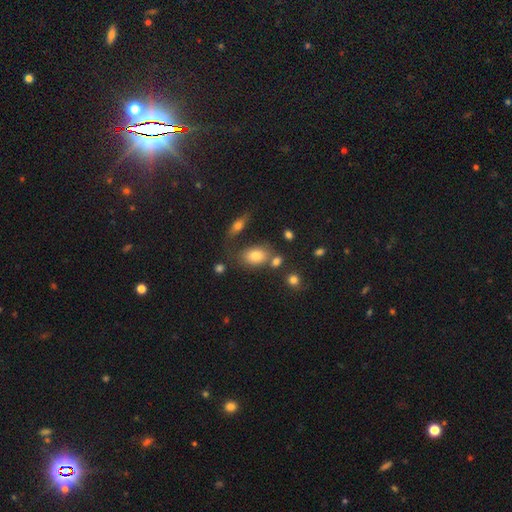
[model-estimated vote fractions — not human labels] Morphology: type=smooth (77%); roundness=in between (80%); merging=none (59%).